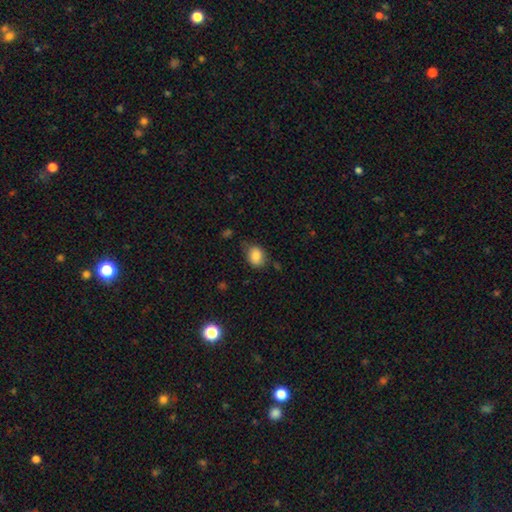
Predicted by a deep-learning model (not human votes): The model was most divided on "how rounded": in between: 62%, round: 37%, cigar-shaped: 1%. More confident: smooth or featured — smooth (84%); merging — none (67%).